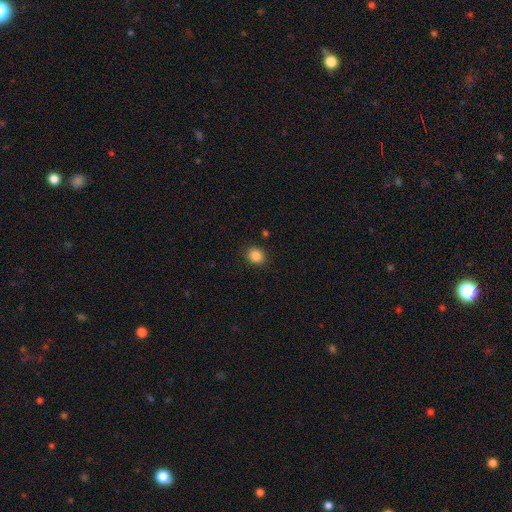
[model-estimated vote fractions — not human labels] This appears to be a smooth galaxy with no disk features (86%) that is round (66%). Merging: none (89%).